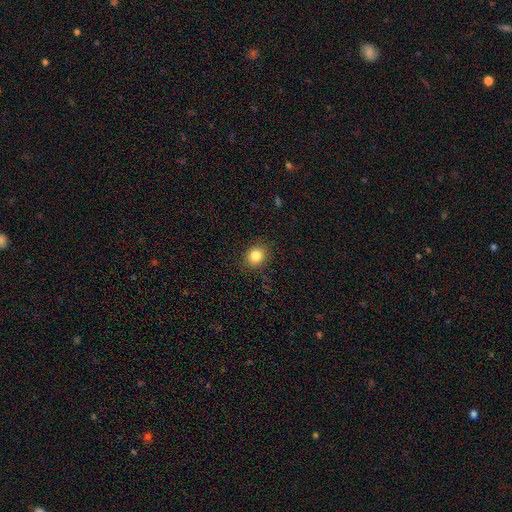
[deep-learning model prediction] Smooth or featured? smooth (84%)
How rounded? round (70%)
Merging? none (88%)